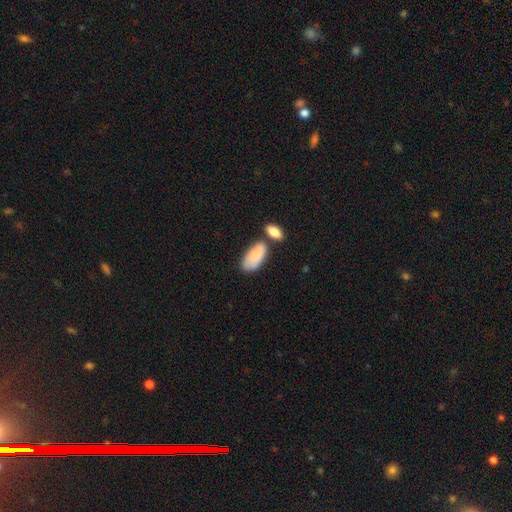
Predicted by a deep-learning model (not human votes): Q: Smooth or featured?
A: smooth (81%); runner-up: featured or disk (13%)
Q: How rounded?
A: in between (93%); runner-up: cigar-shaped (4%)
Q: Merging?
A: none (50%); runner-up: merger (23%)